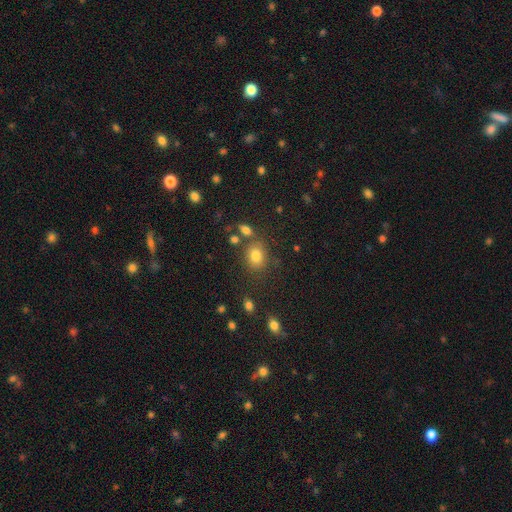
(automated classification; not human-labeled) Morphology: type=smooth (78%); roundness=in between (51%); merging=none (71%).